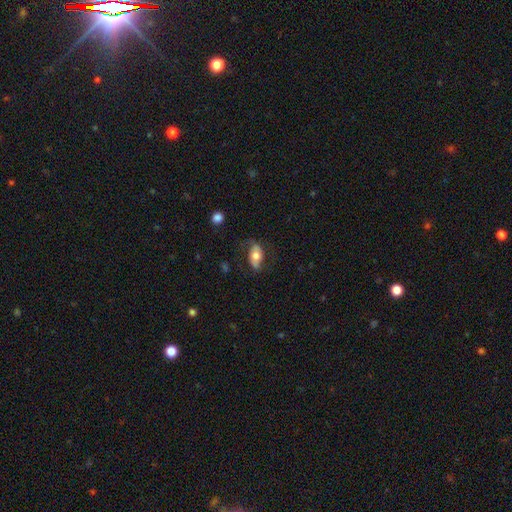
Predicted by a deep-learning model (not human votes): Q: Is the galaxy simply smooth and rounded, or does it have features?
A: smooth — 54%.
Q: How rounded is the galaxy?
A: in between — 88%.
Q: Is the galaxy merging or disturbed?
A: none — 65%.